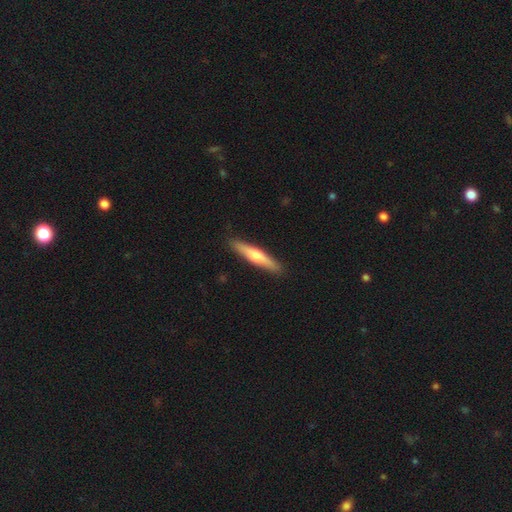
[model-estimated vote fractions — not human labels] Smooth or featured: smooth — 48% (featured or disk — 47%)
Merging: none — 91% (minor disturbance — 7%)